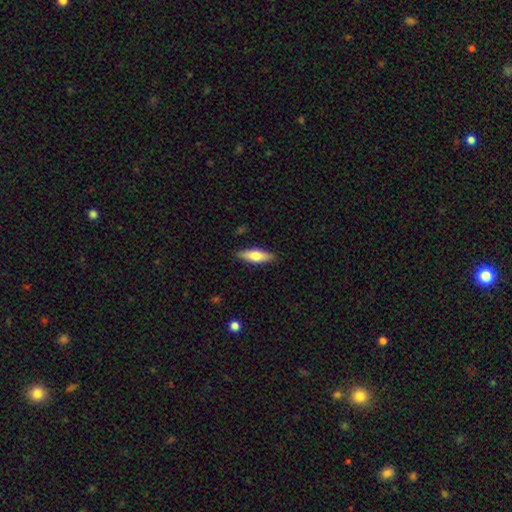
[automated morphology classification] smooth_or_featured: smooth (p=0.69) [alt: featured or disk p=0.25]
how_rounded: in between (p=0.54) [alt: cigar-shaped p=0.43]
merging: none (p=0.88) [alt: minor disturbance p=0.09]